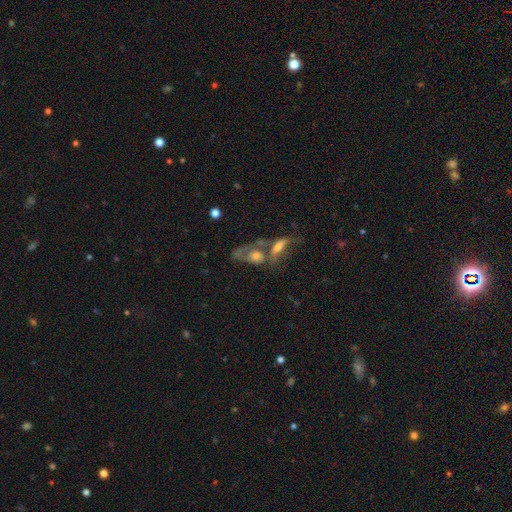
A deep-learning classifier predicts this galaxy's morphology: Q: Smooth or featured?
A: featured or disk (48%); runner-up: smooth (43%)
Q: Merging?
A: merger (56%); runner-up: none (18%)